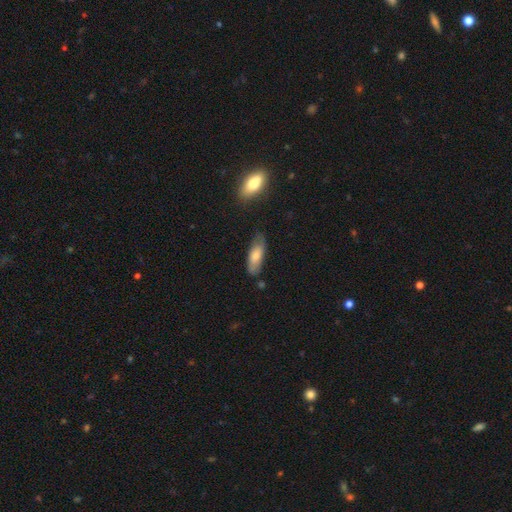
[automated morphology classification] Smooth or featured? smooth (72%)
How rounded? in between (69%)
Merging? none (69%)